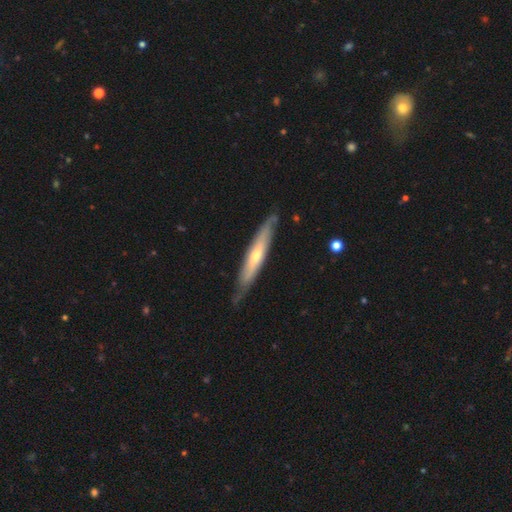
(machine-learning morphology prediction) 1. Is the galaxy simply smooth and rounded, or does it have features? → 60% featured or disk, 35% smooth, 5% star or artifact.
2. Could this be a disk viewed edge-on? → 78% yes, 22% no.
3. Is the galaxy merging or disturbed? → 76% none, 19% minor disturbance, 3% major disturbance, 2% merger.